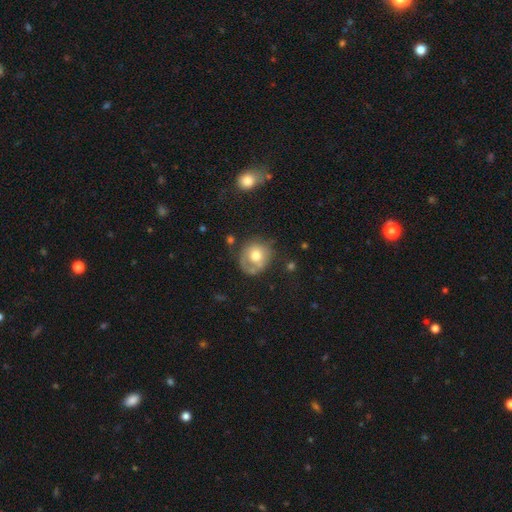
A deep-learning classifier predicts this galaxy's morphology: Smooth or featured? smooth (65%)
How rounded? round (81%)
Merging? none (56%)